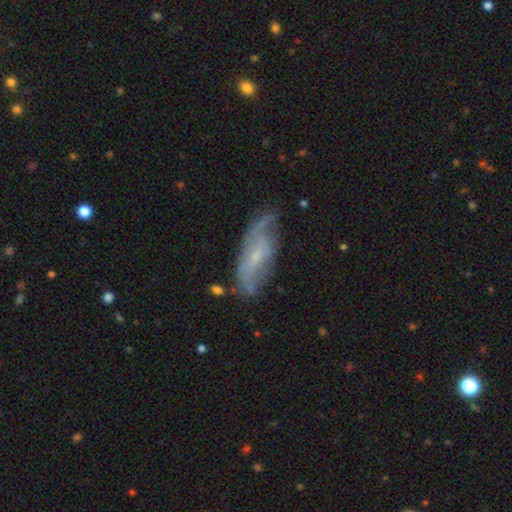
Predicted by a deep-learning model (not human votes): This is likely a featured or disk galaxy (64%). It is clearly not viewed edge-on (81%). Bar: possibly no (47%). Spiral arm pattern: likely yes (74%). Central bulge: likely small (67%). Merging: possibly none (57%).